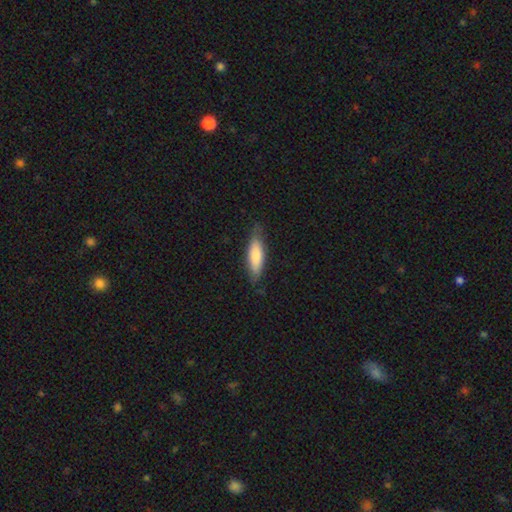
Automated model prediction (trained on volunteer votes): Q: Smooth or featured?
A: smooth (78%); runner-up: featured or disk (17%)
Q: How rounded?
A: cigar-shaped (52%); runner-up: in between (47%)
Q: Merging?
A: none (76%); runner-up: minor disturbance (19%)